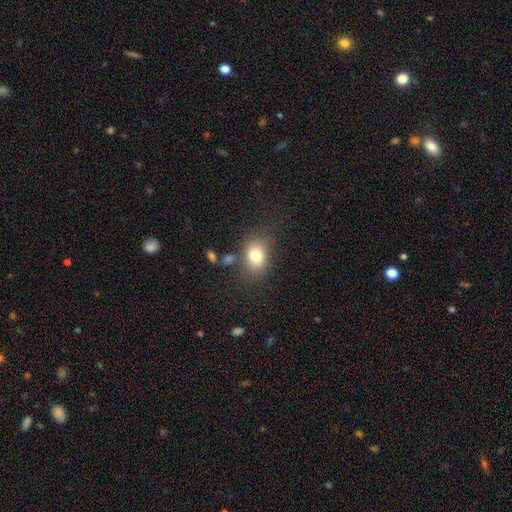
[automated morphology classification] A smooth galaxy with no disk features (78%) that is in between round and cigar-shaped (65%).

Vote fractions:
- Smooth or featured? smooth: 78% / featured or disk: 11% / star or artifact: 11%
- How rounded? in between: 65% / round: 34% / cigar-shaped: 1%
- Merging? none: 72% / minor disturbance: 15% / major disturbance: 7% / merger: 6%